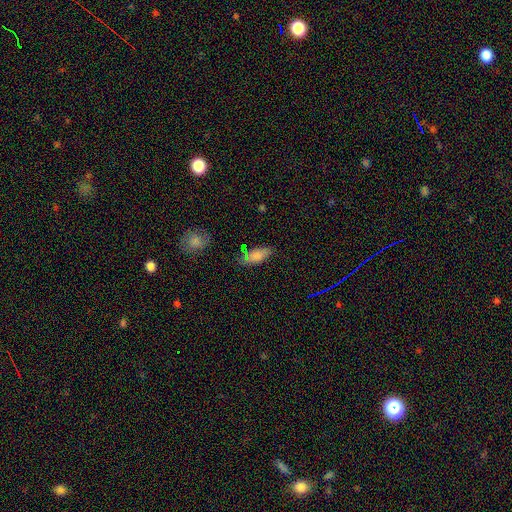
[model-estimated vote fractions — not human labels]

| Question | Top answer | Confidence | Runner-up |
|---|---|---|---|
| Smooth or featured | smooth | 79% | star or artifact (11%) |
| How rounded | in between | 82% | cigar-shaped (15%) |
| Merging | none | 70% | minor disturbance (19%) |